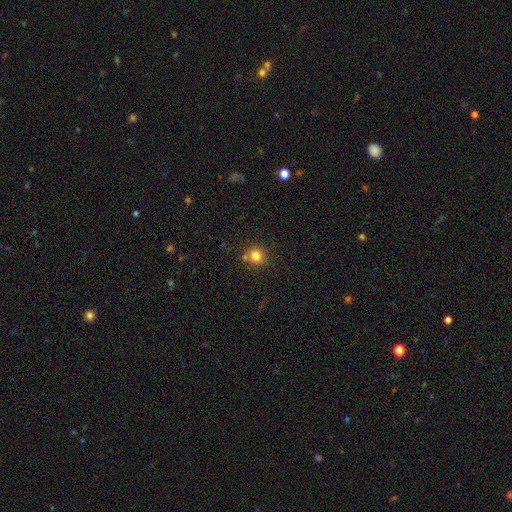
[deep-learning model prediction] smooth-or-featured: smooth: 81% | star or artifact: 12% | featured or disk: 7%
  how-rounded: round: 86% | in between: 13% | cigar-shaped: 1%
  merging: none: 72% | merger: 14% | minor disturbance: 11% | major disturbance: 3%